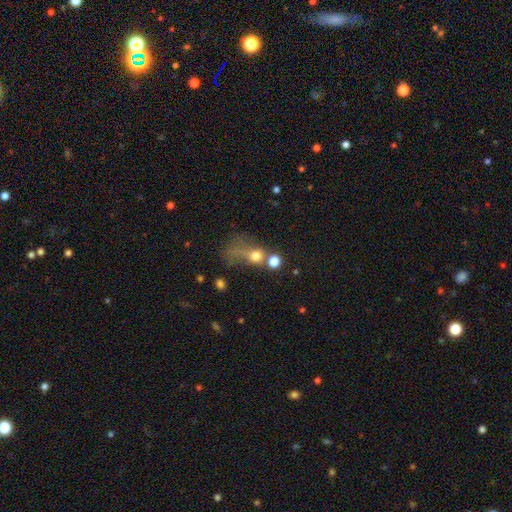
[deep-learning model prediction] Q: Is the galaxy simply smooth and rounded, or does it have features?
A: smooth — 64%.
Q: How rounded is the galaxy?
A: round — 62%.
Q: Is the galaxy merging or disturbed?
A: major disturbance — 34%.